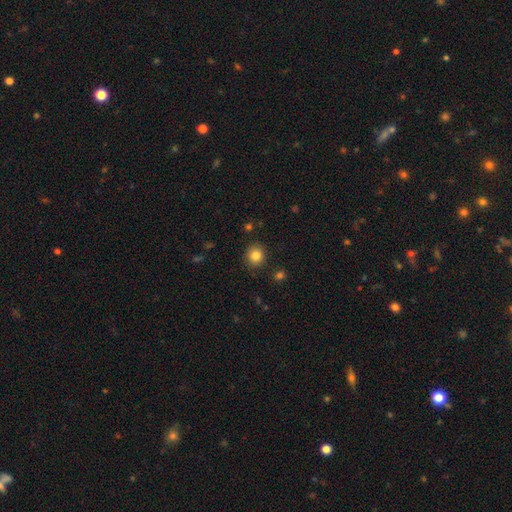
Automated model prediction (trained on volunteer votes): Q: Smooth or featured?
A: smooth (83%); runner-up: star or artifact (11%)
Q: How rounded?
A: round (84%); runner-up: in between (15%)
Q: Merging?
A: none (89%); runner-up: minor disturbance (7%)